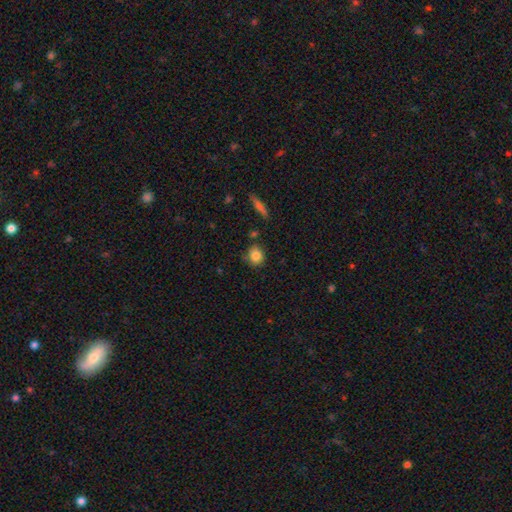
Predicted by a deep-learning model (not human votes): Q: Smooth or featured?
A: smooth (83%); runner-up: star or artifact (9%)
Q: How rounded?
A: round (75%); runner-up: in between (24%)
Q: Merging?
A: none (78%); runner-up: minor disturbance (14%)